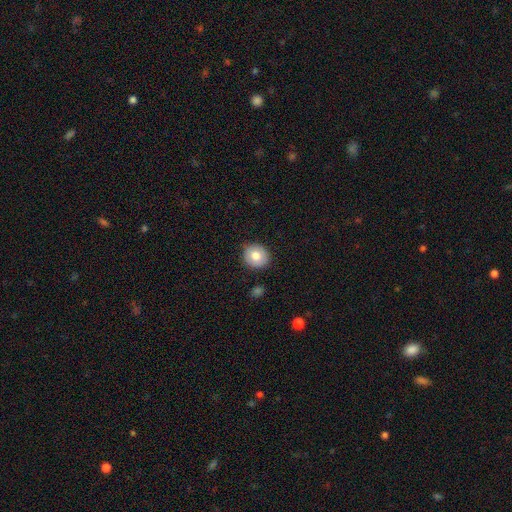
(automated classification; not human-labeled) This is likely a smooth galaxy (77%). How rounded: clearly round (83%). Merging: clearly none (88%).